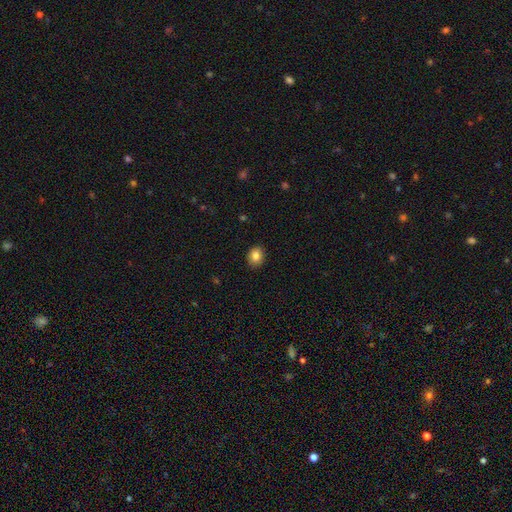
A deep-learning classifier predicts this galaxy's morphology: A smooth galaxy with no disk features (84%) that is round (54%).

Vote fractions:
- Smooth or featured? smooth: 84% / star or artifact: 9% / featured or disk: 7%
- How rounded? round: 54% / in between: 45% / cigar-shaped: 1%
- Merging? none: 89% / minor disturbance: 8% / major disturbance: 2% / merger: 1%